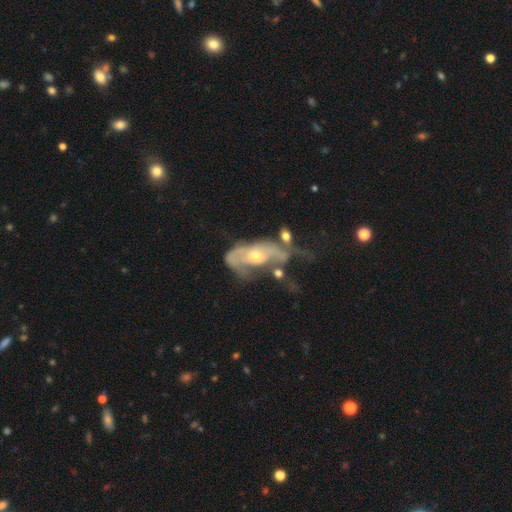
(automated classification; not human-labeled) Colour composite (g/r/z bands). It shows a featured or disk galaxy (69%) with no bar (76%), spiral arms (53%) and a moderate central bulge (56%). Merging: major disturbance (41%).